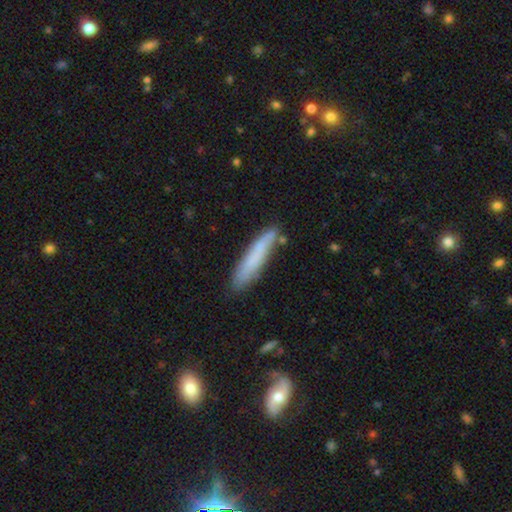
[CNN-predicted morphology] Overall: smooth (71%). How rounded: cigar-shaped (91%). Merging: none (77%).